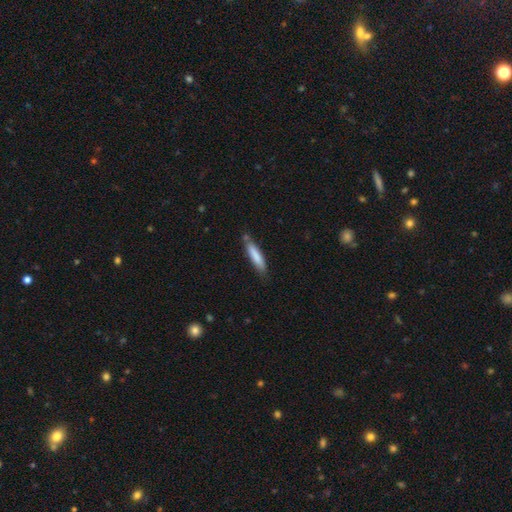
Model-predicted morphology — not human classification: The model was most divided on "merging": none: 73%, minor disturbance: 18%, merger: 6%, major disturbance: 3%. More confident: how rounded — cigar-shaped (85%); smooth or featured — smooth (81%).